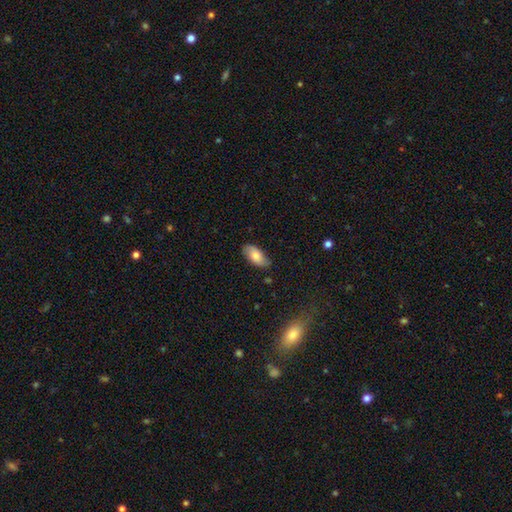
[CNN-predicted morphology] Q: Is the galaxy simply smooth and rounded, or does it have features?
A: smooth — 73%.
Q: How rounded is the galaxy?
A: in between — 93%.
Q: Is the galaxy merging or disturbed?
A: none — 80%.